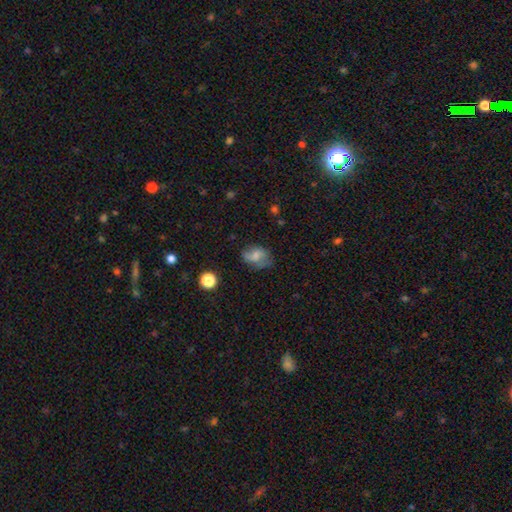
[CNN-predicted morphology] type=smooth (65%); roundness=in between (78%); merging=none (51%).